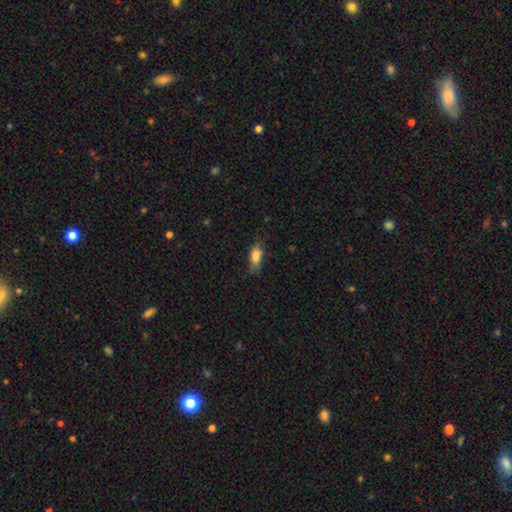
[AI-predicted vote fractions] Smooth or featured: smooth — 80% (featured or disk — 12%)
How rounded: in between — 80% (cigar-shaped — 17%)
Merging: none — 63% (minor disturbance — 27%)